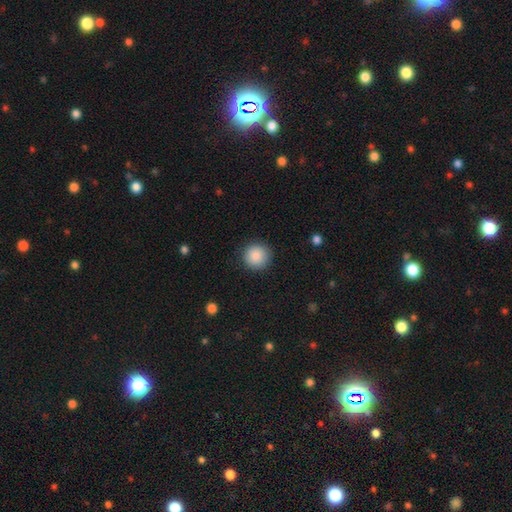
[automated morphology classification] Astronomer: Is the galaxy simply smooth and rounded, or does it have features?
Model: smooth — 88%.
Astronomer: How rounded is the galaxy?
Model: round — 95%.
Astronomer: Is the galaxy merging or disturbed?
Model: none — 90%.